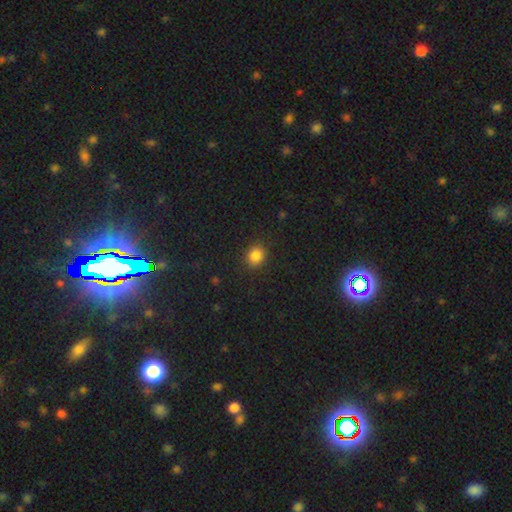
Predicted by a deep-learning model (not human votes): smooth 84%, star or artifact 12%, featured or disk 4%. Down the decision tree: how rounded — round (74%); merging — none (88%).